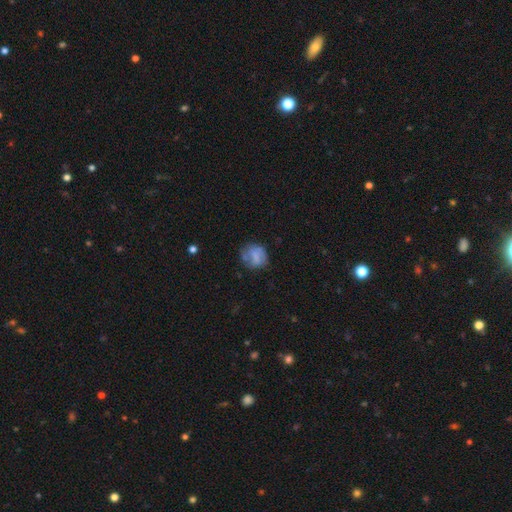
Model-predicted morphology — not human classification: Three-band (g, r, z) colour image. It shows a smooth galaxy with no disk features (57%) that is round (73%). Merging: none (58%).